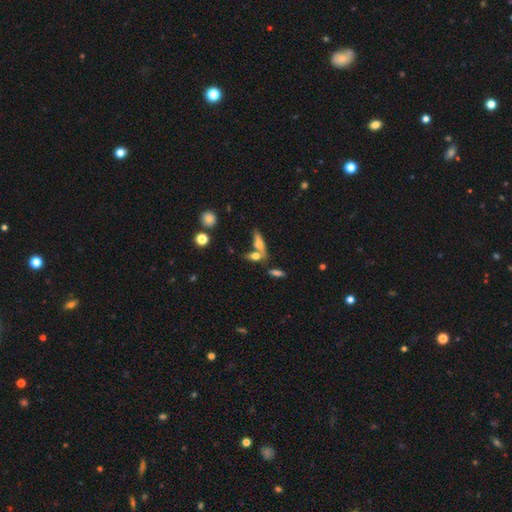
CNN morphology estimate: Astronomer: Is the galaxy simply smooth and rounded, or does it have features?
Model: smooth — 56% (runner-up: featured or disk, 32%).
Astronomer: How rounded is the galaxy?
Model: in between — 57% (runner-up: cigar-shaped, 35%).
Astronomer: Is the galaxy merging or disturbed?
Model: none — 45% (runner-up: merger, 38%).